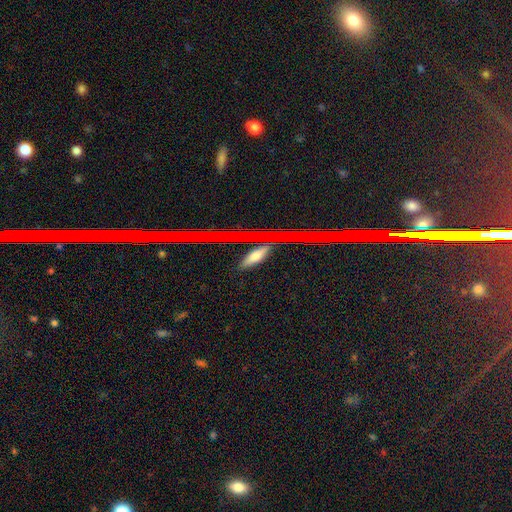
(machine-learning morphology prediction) Smooth or featured? smooth (63%)
How rounded? in between (53%)
Merging? none (85%)